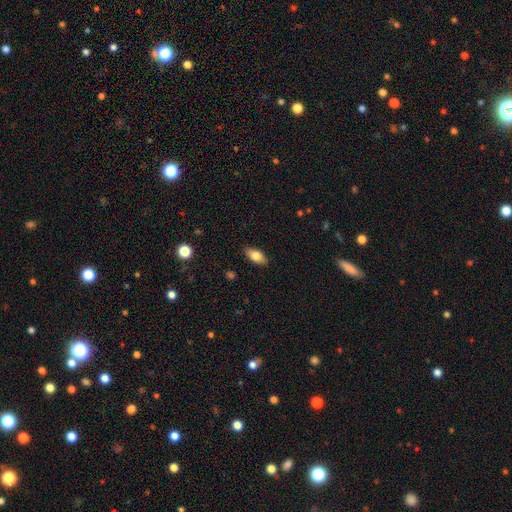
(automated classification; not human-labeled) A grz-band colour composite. It shows a smooth galaxy with no disk features (77%) that is in between round and cigar-shaped (87%). Merging: none (87%).